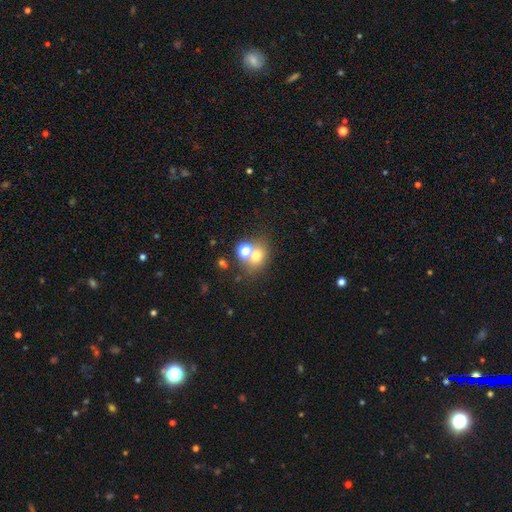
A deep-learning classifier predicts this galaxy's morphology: Smooth or featured?
  - smooth: 67% *
  - star or artifact: 19%
  - featured or disk: 14%
How rounded?
  - round: 61% *
  - in between: 38%
  - cigar-shaped: 1%
Merging?
  - none: 51% *
  - merger: 35%
  - minor disturbance: 9%
  - major disturbance: 5%